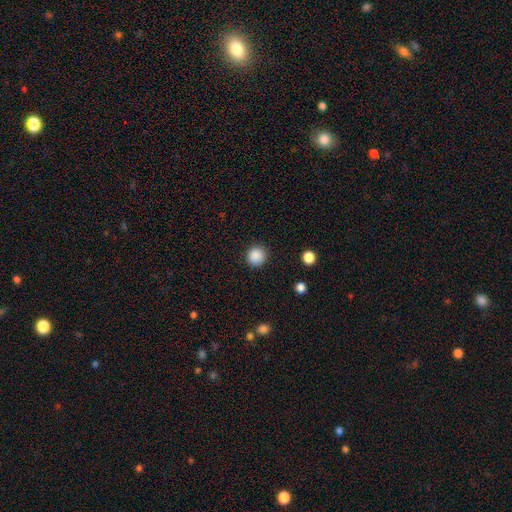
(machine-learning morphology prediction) Smooth or featured: smooth — 88% (star or artifact — 9%)
How rounded: round — 91% (in between — 8%)
Merging: none — 90% (minor disturbance — 7%)